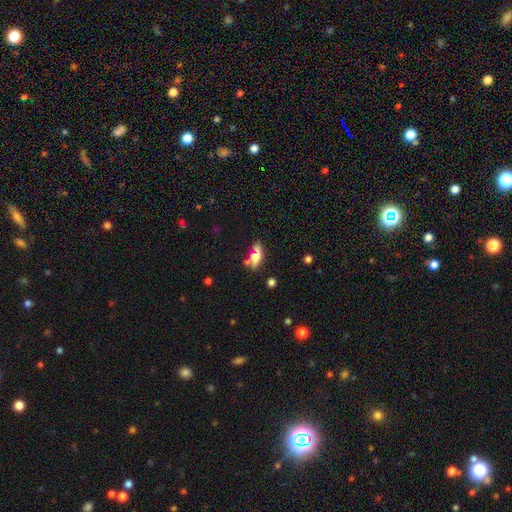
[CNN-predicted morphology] Smooth or featured? smooth (59%)
How rounded? in between (56%)
Merging? none (68%)